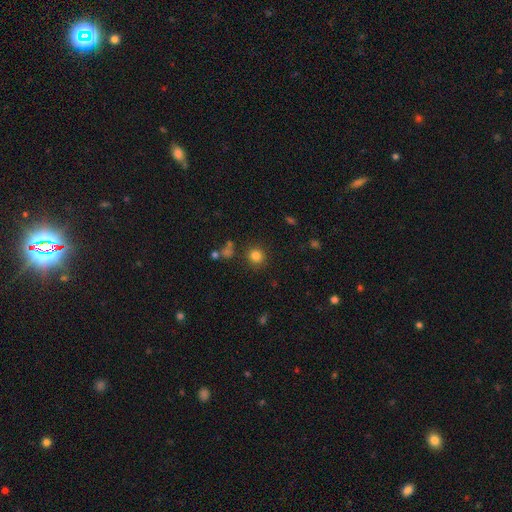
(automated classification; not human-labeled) This is clearly a smooth galaxy (81%). How rounded: clearly round (89%). Merging: clearly none (85%).